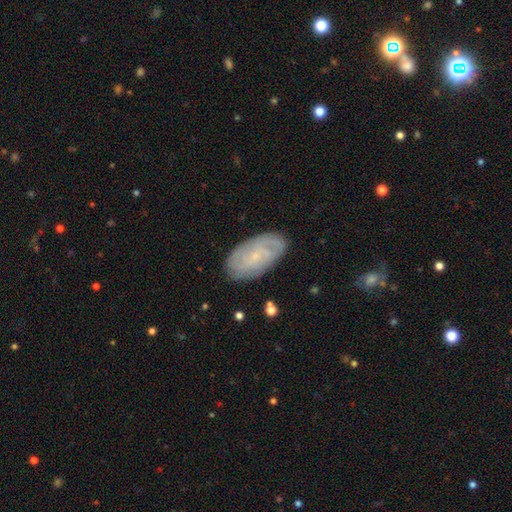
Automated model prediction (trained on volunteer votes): featured or disk 57%, smooth 35%, star or artifact 8%. Down the decision tree: edge-on disk — no (93%); bar — no (69%); spiral arms — yes (82%); bulge size — small (76%); merging — none (82%).